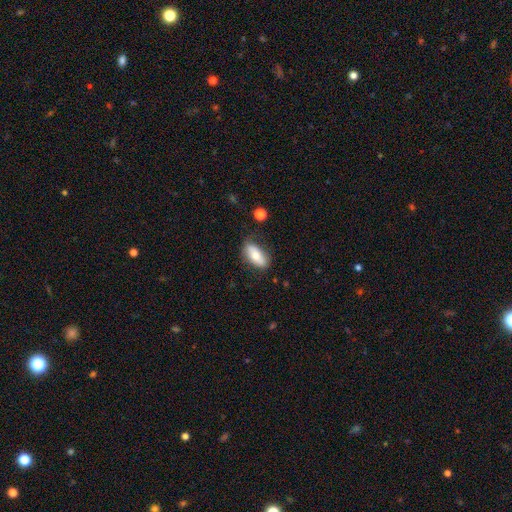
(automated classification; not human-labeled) smooth_or_featured: smooth (p=0.68) [alt: featured or disk p=0.26]
how_rounded: in between (p=0.85) [alt: cigar-shaped p=0.12]
merging: none (p=0.74) [alt: minor disturbance p=0.19]